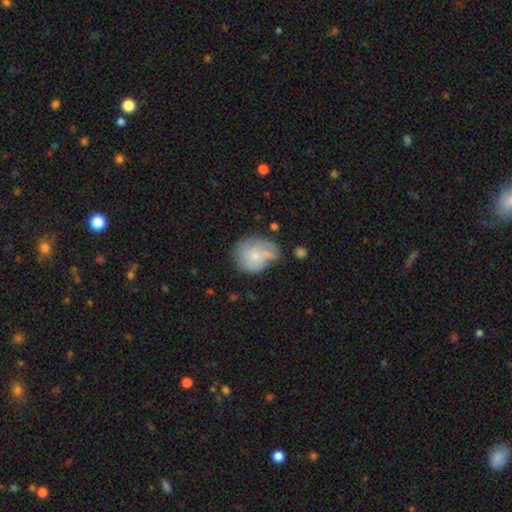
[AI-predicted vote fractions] A smooth galaxy with no disk features (49%).

Vote fractions:
- Smooth or featured? smooth: 49% / featured or disk: 43% / star or artifact: 8%
- Merging? none: 48% / minor disturbance: 30% / major disturbance: 16% / merger: 6%